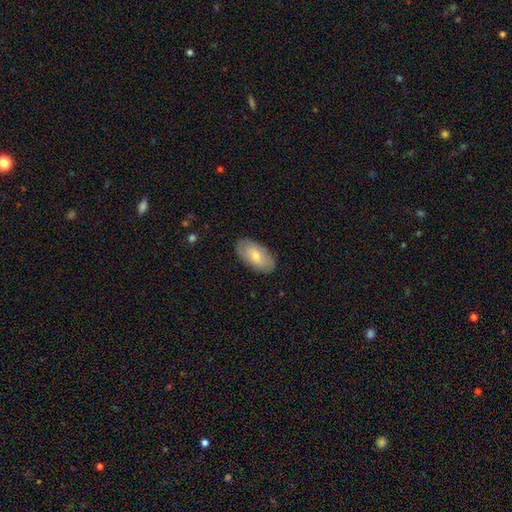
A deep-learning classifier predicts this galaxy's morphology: Overall: smooth (62%; featured or disk 32%). How rounded: in between (94%). Merging: none (85%).